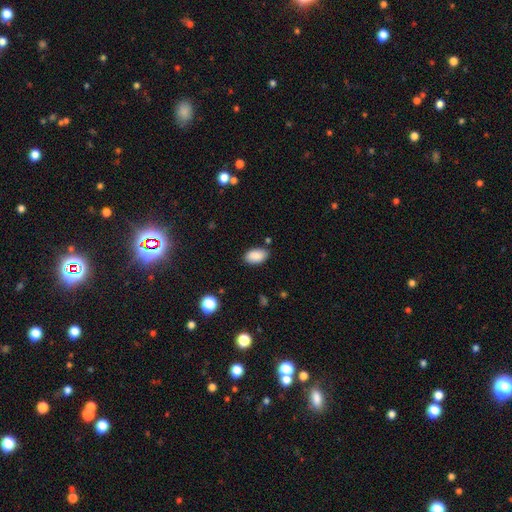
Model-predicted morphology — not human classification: Smooth or featured? Predicted: smooth (p=0.88). How rounded? Predicted: in between (p=0.93). Merging? Predicted: none (p=0.82).